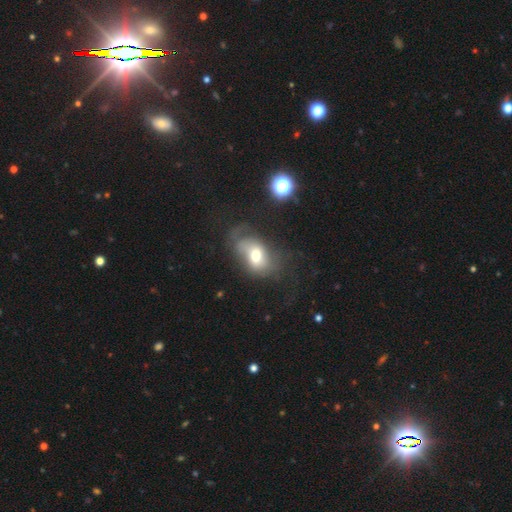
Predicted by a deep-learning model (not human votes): smooth 57%, featured or disk 31%, star or artifact 12%. Down the decision tree: how rounded — in between (75%); merging — none (38%).